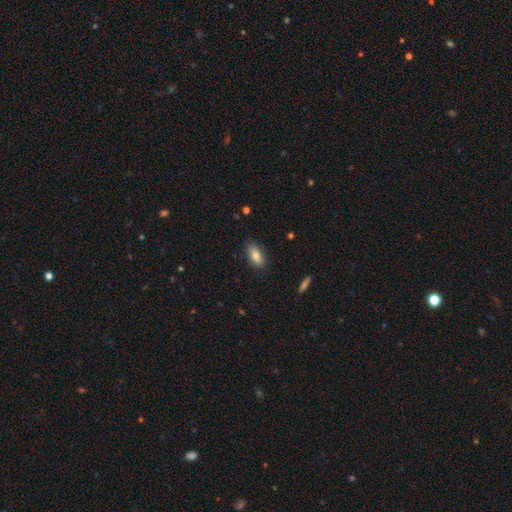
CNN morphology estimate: A smooth galaxy with no disk features (82%) that is in between round and cigar-shaped (84%).

Vote fractions:
- Smooth or featured? smooth: 82% / featured or disk: 11% / star or artifact: 7%
- How rounded? in between: 84% / cigar-shaped: 13% / round: 3%
- Merging? none: 85% / minor disturbance: 11% / major disturbance: 2% / merger: 1%